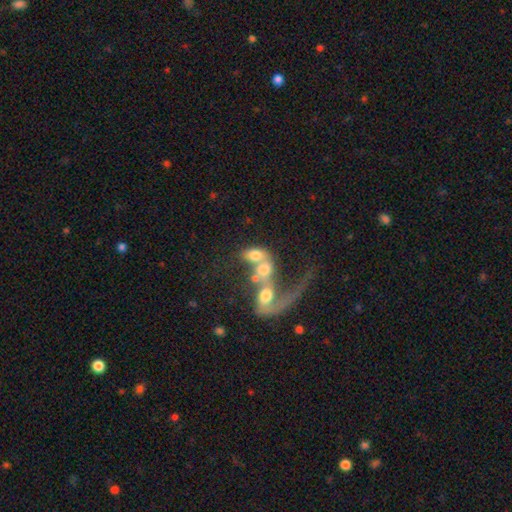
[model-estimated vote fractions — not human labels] Smooth or featured?
  - smooth: 53% *
  - featured or disk: 36%
  - star or artifact: 11%
How rounded?
  - in between: 76% *
  - round: 20%
  - cigar-shaped: 3%
Merging?
  - merger: 69% *
  - major disturbance: 15%
  - none: 11%
  - minor disturbance: 5%